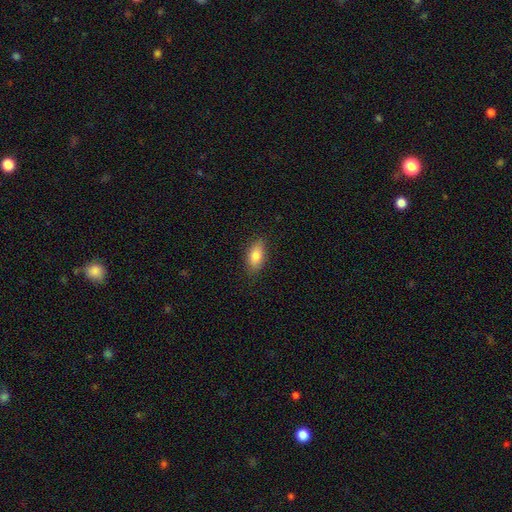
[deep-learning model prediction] Smooth or featured: smooth — 82% (featured or disk — 11%)
How rounded: in between — 86% (cigar-shaped — 10%)
Merging: none — 84% (minor disturbance — 12%)